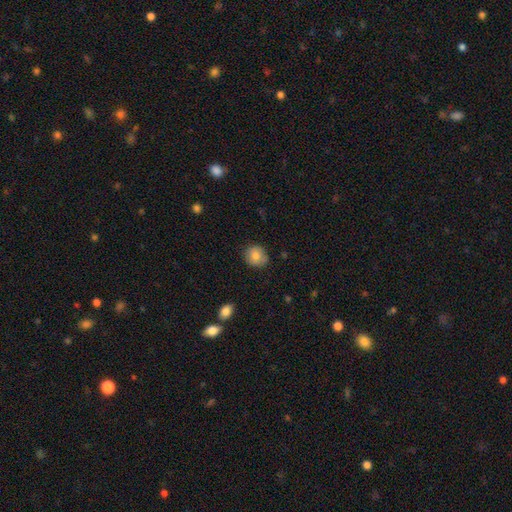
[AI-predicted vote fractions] Morphology: type=smooth (82%); roundness=round (76%); merging=none (82%).